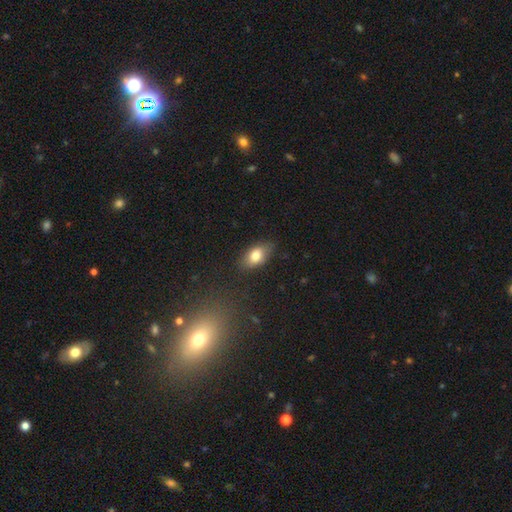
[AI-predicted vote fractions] This appears to be a smooth galaxy with no disk features (79%) that is in between round and cigar-shaped (90%). Merging: none (81%).